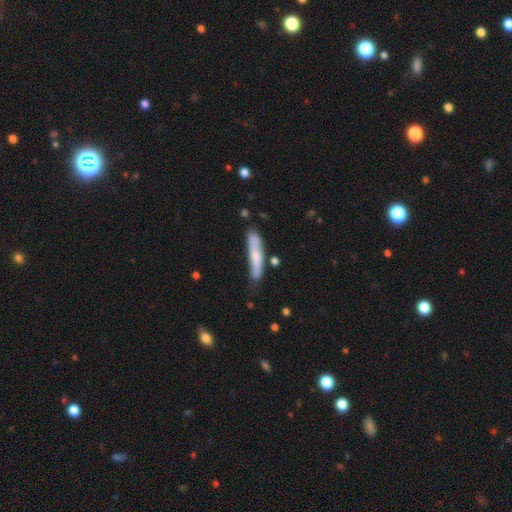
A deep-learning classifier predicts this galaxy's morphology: Smooth or featured? smooth (58%)
How rounded? cigar-shaped (85%)
Merging? none (64%)